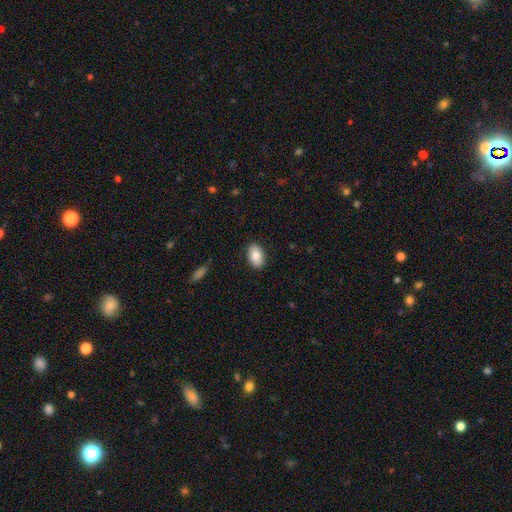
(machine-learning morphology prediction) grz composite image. It shows a smooth galaxy with no disk features (81%) that is in between round and cigar-shaped (88%). Merging: none (87%).